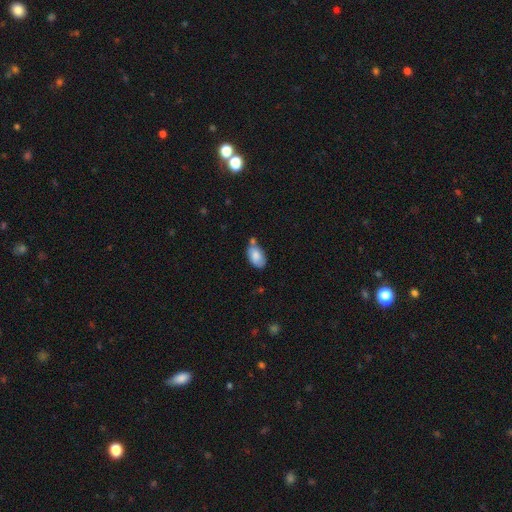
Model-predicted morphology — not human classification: This appears to be a smooth galaxy with no disk features (80%) that is in between round and cigar-shaped (93%). Merging: none (47%).